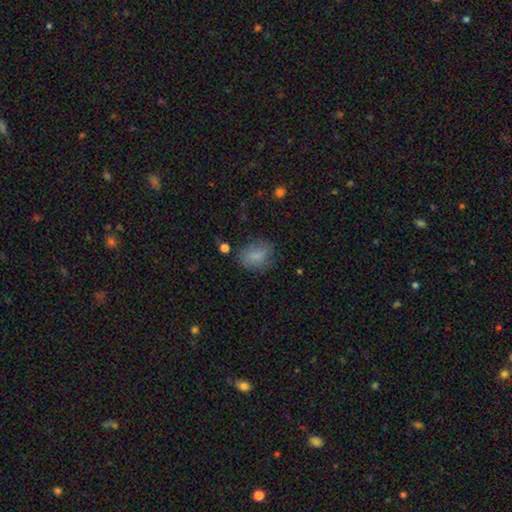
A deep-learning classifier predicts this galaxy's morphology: Overall: smooth (79%). How rounded: in between (67%; round 32%). Merging: none (70%).